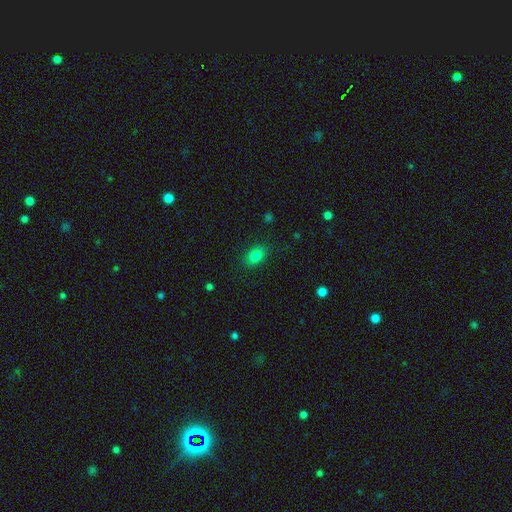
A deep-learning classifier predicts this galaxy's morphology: Smooth or featured?
  - smooth: 82% *
  - star or artifact: 11%
  - featured or disk: 7%
How rounded?
  - in between: 78% *
  - round: 20%
  - cigar-shaped: 2%
Merging?
  - none: 84% *
  - minor disturbance: 12%
  - major disturbance: 3%
  - merger: 1%